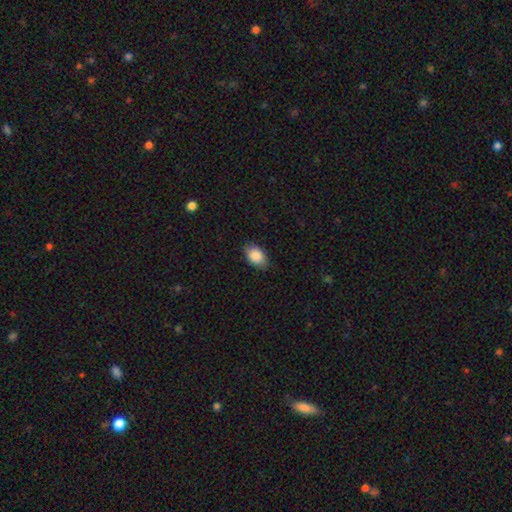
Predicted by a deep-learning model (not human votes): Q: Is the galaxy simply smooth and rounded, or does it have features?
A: smooth — 88%.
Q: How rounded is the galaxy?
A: in between — 89%.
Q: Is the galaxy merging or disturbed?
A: none — 84%.